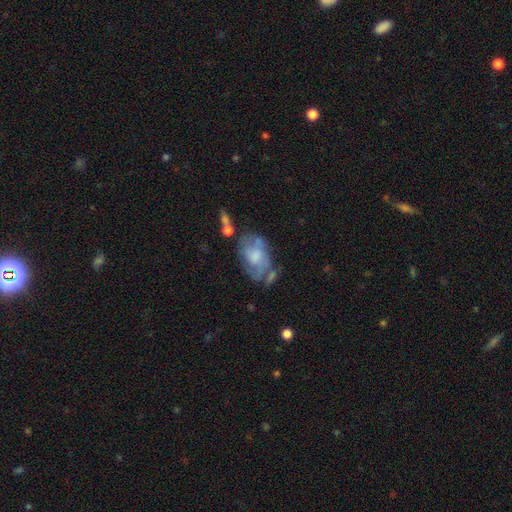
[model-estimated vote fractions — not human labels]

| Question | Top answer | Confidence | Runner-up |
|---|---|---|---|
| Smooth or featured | featured or disk | 46% | tied: smooth (46%) |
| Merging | none | 38% | minor disturbance (27%) |